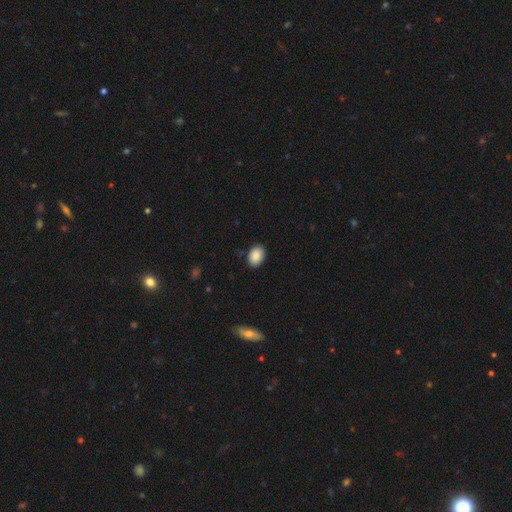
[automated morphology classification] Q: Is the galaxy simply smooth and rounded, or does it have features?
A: smooth — 88%.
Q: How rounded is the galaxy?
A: in between — 79%.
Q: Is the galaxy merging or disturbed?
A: none — 88%.